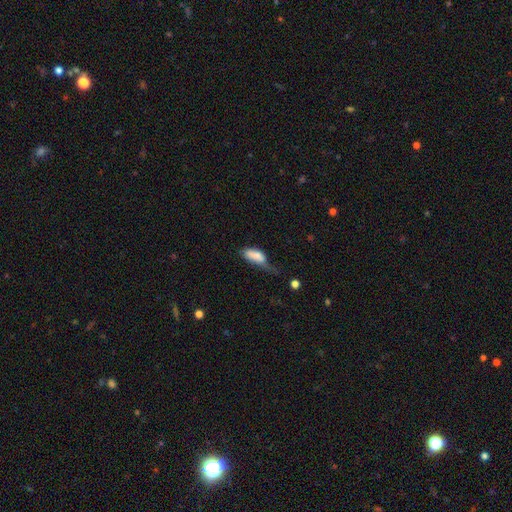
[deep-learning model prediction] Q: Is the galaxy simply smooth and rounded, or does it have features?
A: smooth — 74%.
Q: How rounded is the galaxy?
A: in between — 77%.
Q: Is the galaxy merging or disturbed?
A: major disturbance — 41%.